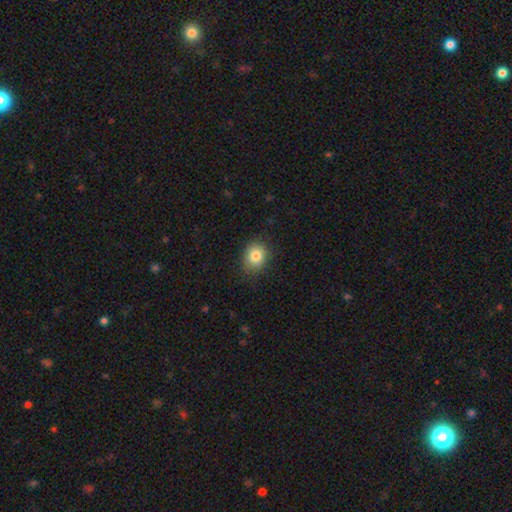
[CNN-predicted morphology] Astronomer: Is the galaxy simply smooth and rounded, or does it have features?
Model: smooth — 81%.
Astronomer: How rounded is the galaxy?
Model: round — 66%.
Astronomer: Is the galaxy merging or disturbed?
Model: none — 83%.